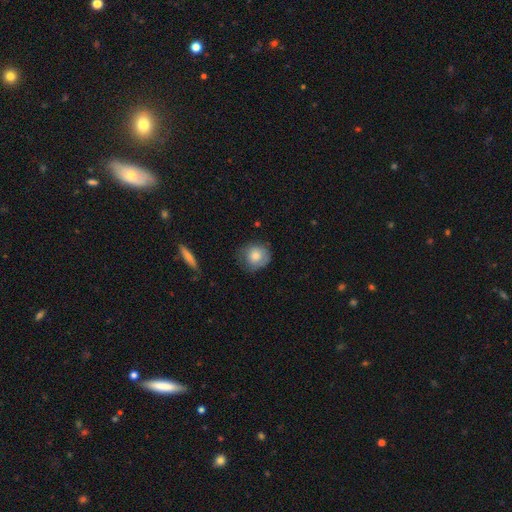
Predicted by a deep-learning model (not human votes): Smooth or featured? Predicted: smooth (p=0.77). How rounded? Predicted: round (p=0.85). Merging? Predicted: none (p=0.68).